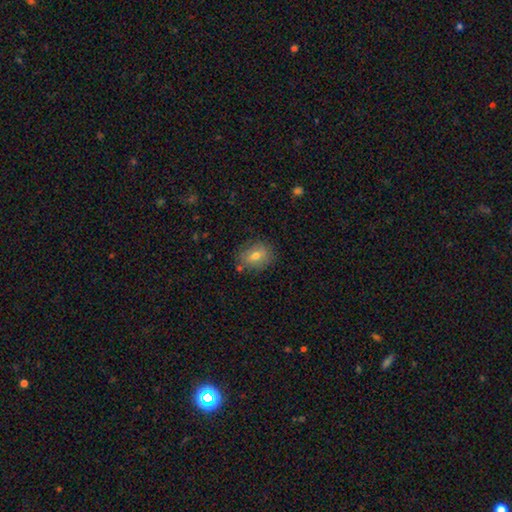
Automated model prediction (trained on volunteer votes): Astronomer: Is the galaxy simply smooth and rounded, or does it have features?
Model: smooth — 70%.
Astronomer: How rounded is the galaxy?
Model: in between — 64%.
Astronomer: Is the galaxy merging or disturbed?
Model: none — 79%.